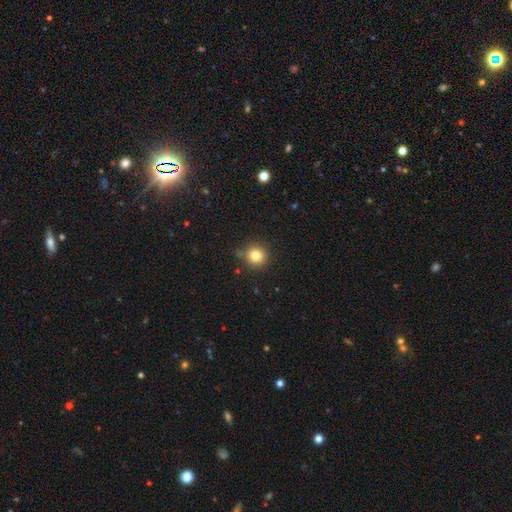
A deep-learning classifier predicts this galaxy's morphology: Q: Smooth or featured?
A: smooth (80%); runner-up: star or artifact (13%)
Q: How rounded?
A: round (93%); runner-up: in between (6%)
Q: Merging?
A: none (84%); runner-up: minor disturbance (10%)